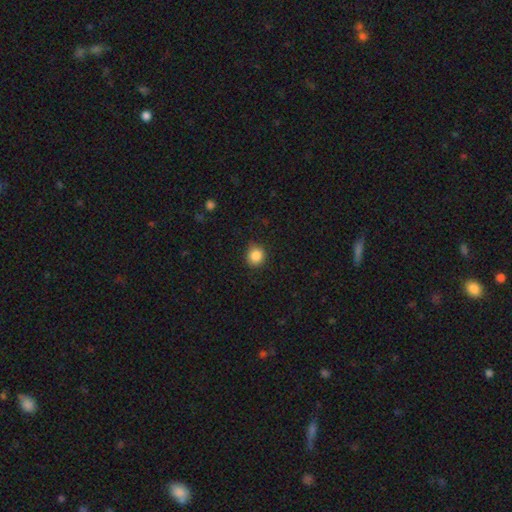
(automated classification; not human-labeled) smooth-or-featured: smooth: 87% | star or artifact: 10% | featured or disk: 3%
  how-rounded: round: 89% | in between: 10% | cigar-shaped: 1%
  merging: none: 87% | minor disturbance: 10% | major disturbance: 2% | merger: 1%